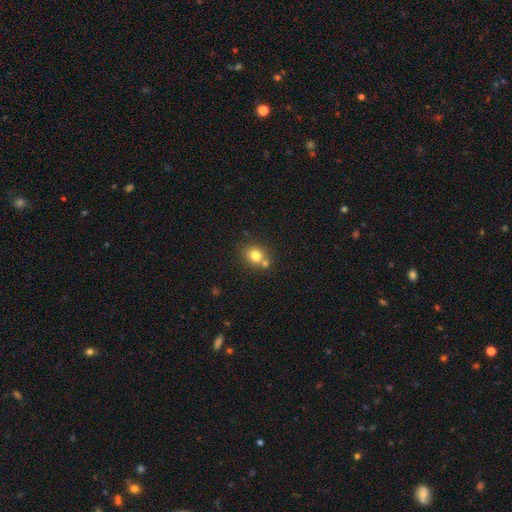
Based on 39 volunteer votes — Smooth or featured? smooth (82%)
How rounded? round (72%)
Merging? none (57%)